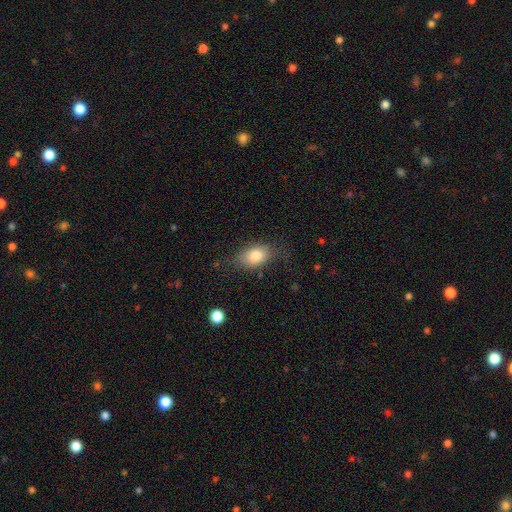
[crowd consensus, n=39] This is clearly a smooth galaxy (87%). How rounded: clearly in between (82%). Merging: likely none (71%).